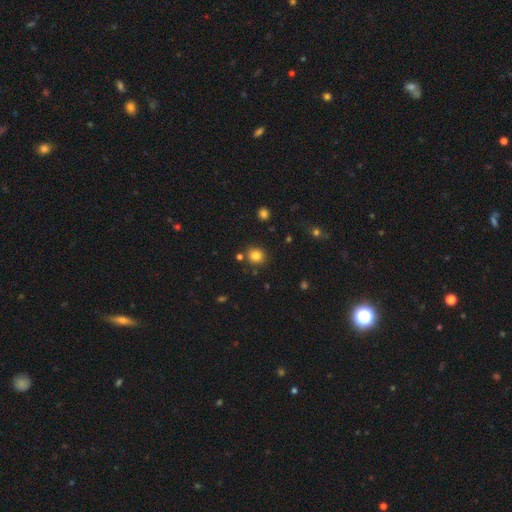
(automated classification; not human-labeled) This appears to be a smooth galaxy with no disk features (82%) that is round (83%). Merging: none (83%).